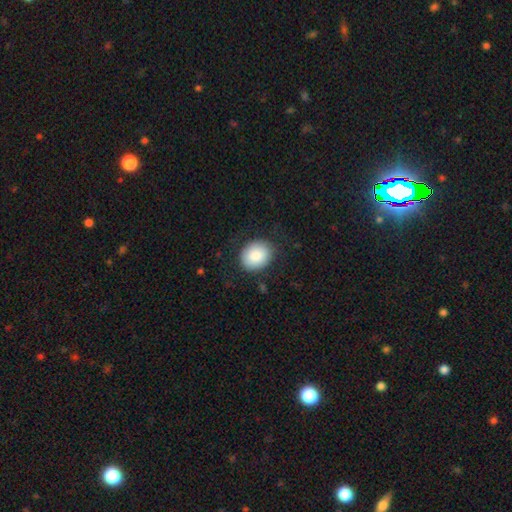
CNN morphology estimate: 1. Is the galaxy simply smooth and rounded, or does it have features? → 86% smooth, 7% featured or disk, 7% star or artifact.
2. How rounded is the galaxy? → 54% round, 45% in between, 1% cigar-shaped.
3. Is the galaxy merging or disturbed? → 80% none, 14% minor disturbance, 5% major disturbance, 1% merger.